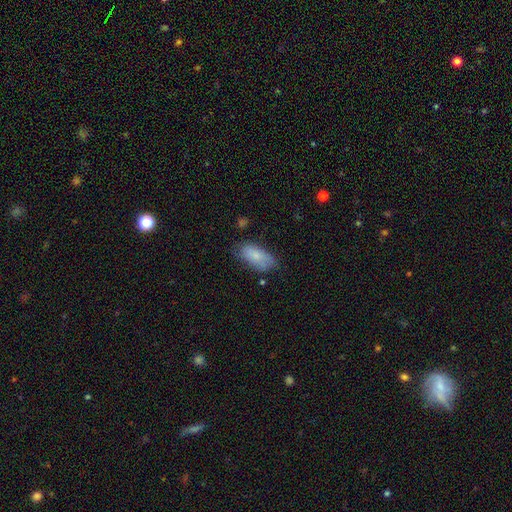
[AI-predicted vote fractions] This is clearly a smooth galaxy (82%). How rounded: clearly in between (90%). Merging: likely none (67%).